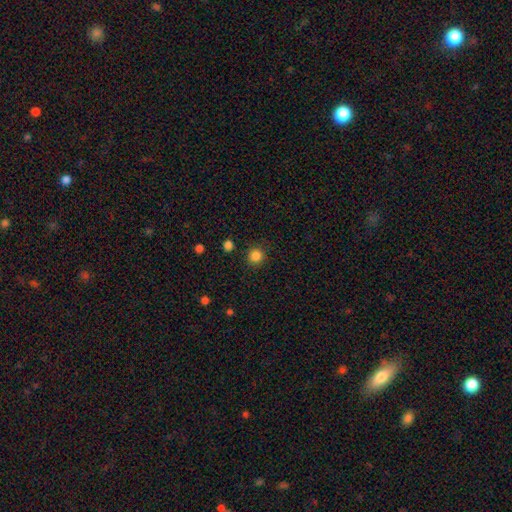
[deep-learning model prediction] Q: Smooth or featured?
A: smooth (84%); runner-up: star or artifact (12%)
Q: How rounded?
A: round (93%); runner-up: in between (6%)
Q: Merging?
A: none (89%); runner-up: minor disturbance (7%)